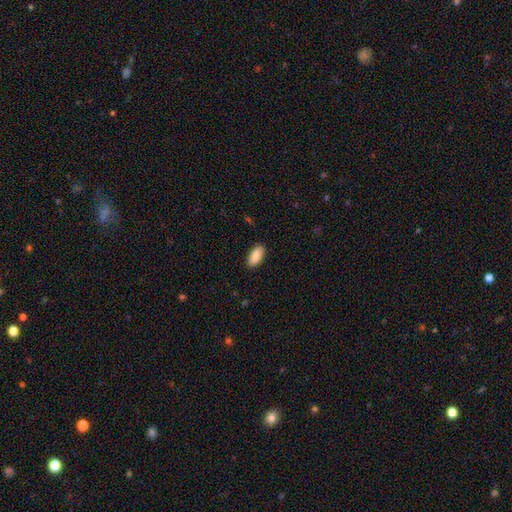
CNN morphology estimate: Q: Smooth or featured?
A: smooth (87%); runner-up: featured or disk (7%)
Q: How rounded?
A: in between (90%); runner-up: cigar-shaped (8%)
Q: Merging?
A: none (89%); runner-up: minor disturbance (8%)